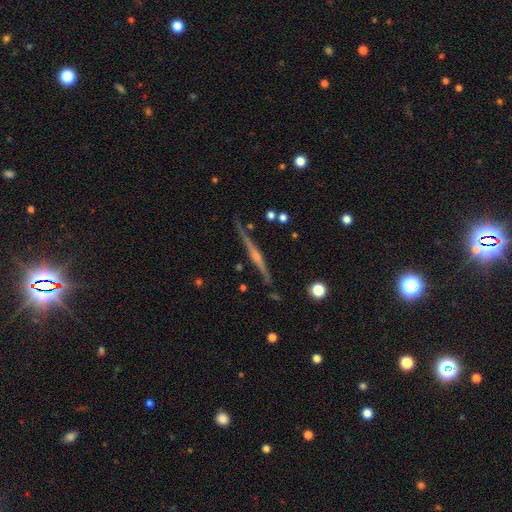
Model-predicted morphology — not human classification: This appears to be a featured or disk galaxy (82%) viewed edge-on (98%) with a rounded central bulge (75%). Merging: none (87%).